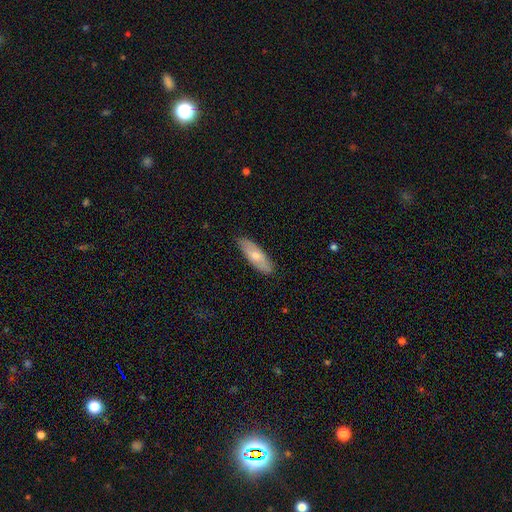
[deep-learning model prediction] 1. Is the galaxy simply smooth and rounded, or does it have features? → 67% smooth, 27% featured or disk, 6% star or artifact.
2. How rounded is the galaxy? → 62% in between, 36% cigar-shaped, 2% round.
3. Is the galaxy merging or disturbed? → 84% none, 12% minor disturbance, 2% major disturbance, 1% merger.